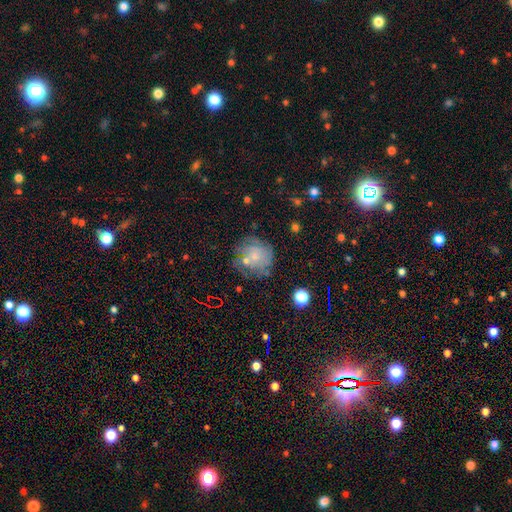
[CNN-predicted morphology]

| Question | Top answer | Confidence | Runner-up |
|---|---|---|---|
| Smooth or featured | featured or disk | 51% | smooth (36%) |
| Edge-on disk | no | 98% | yes (2%) |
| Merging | none | 61% | minor disturbance (20%) |